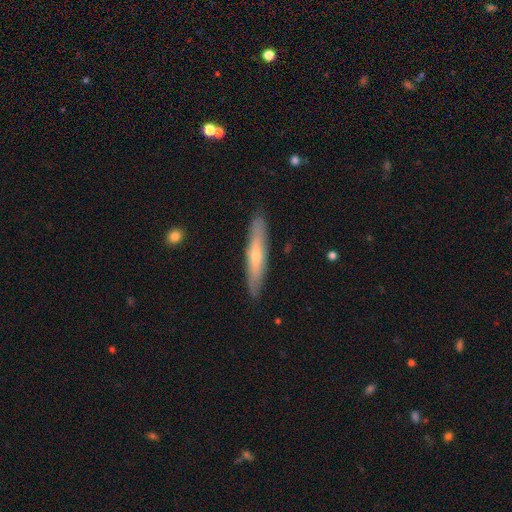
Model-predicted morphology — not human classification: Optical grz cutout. It shows a featured or disk galaxy (51%) viewed edge-on (81%). Merging: none (88%).